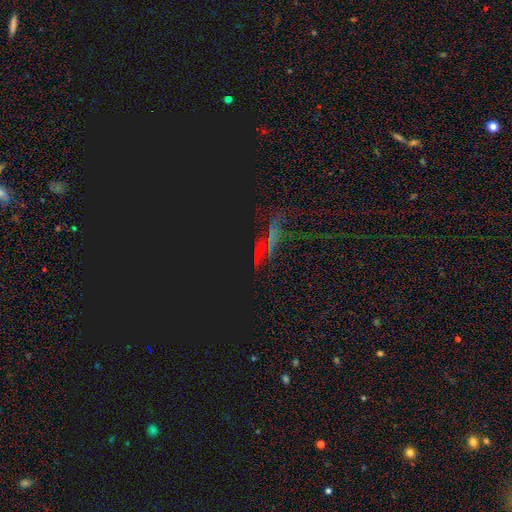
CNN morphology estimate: Smooth or featured? star or artifact (69%)